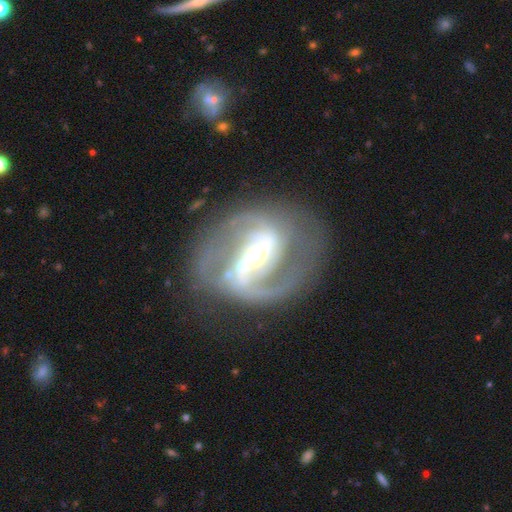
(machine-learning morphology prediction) Smooth or featured? Predicted: featured or disk (p=0.89). Edge-on disk? Predicted: no (p=0.97). Bar? Predicted: strong (p=0.46). Spiral arms? Predicted: yes (p=0.95). Spiral winding? Predicted: medium (p=0.53). Spiral arm count? Predicted: 2 (p=0.82). Bulge size? Predicted: moderate (p=0.60). Merging? Predicted: none (p=0.61).